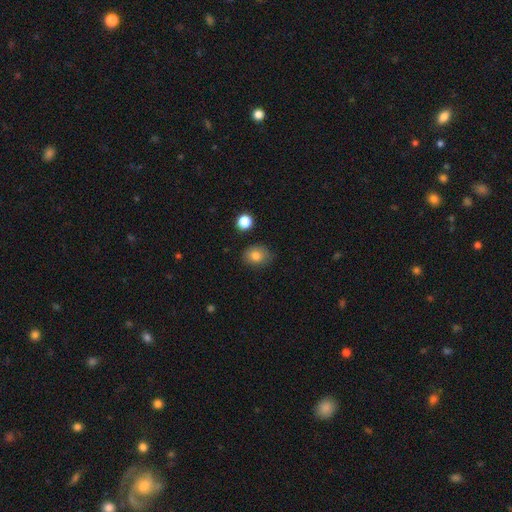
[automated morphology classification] Smooth or featured? Predicted: smooth (p=0.81). How rounded? Predicted: round (p=0.52). Merging? Predicted: none (p=0.78).